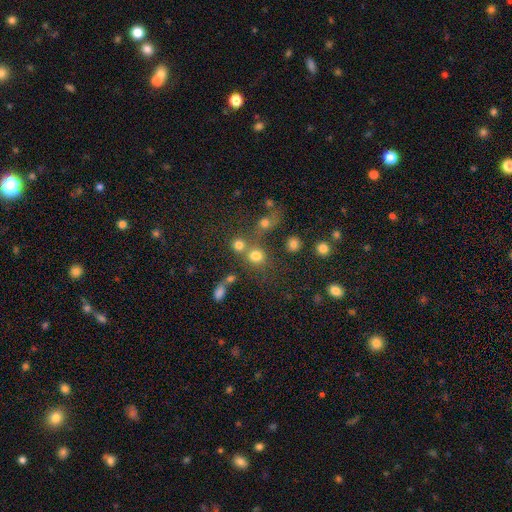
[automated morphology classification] Overall: smooth (76%). How rounded: round (81%). Merging: none (54%; merger 30%).